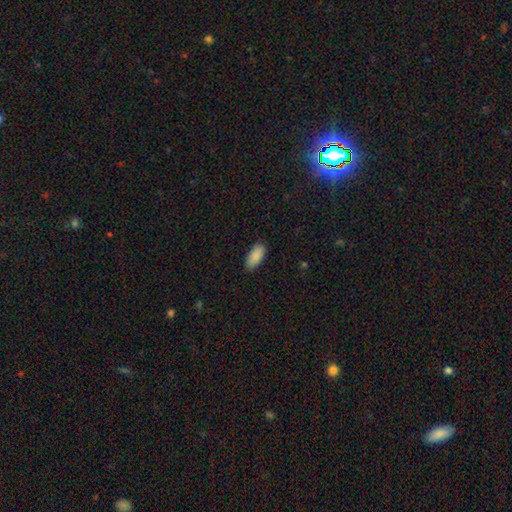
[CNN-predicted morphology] type=smooth (90%); roundness=in between (89%); merging=none (85%).